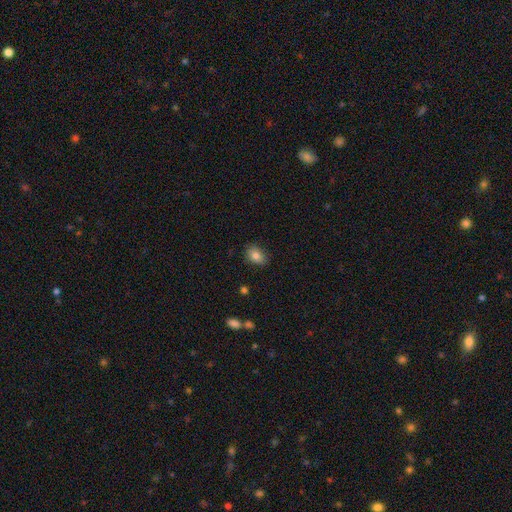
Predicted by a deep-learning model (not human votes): Smooth or featured? Predicted: smooth (p=0.82). How rounded? Predicted: in between (p=0.71). Merging? Predicted: none (p=0.82).